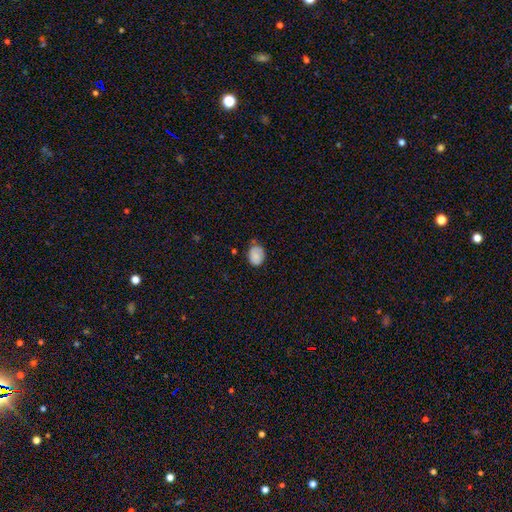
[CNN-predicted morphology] Overall: smooth (81%). How rounded: in between (57%; round 42%). Merging: none (60%; minor disturbance 32%).